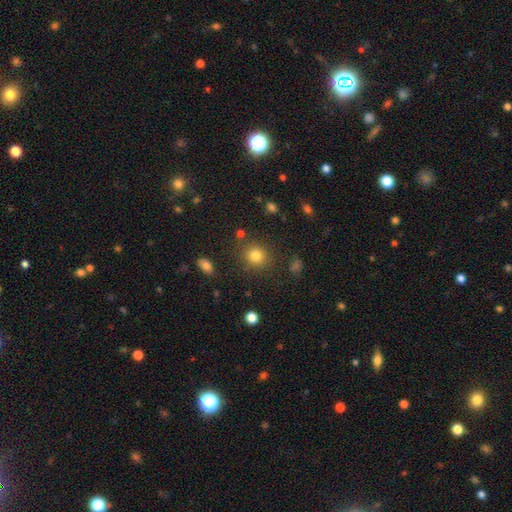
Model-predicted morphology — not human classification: Smooth or featured? smooth (81%)
How rounded? round (88%)
Merging? none (85%)